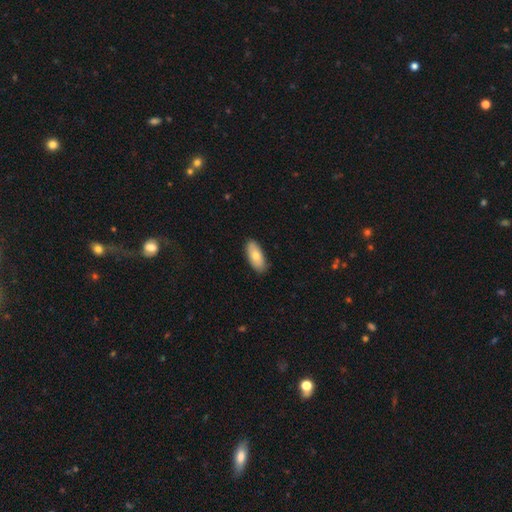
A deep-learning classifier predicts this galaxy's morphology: type=smooth (78%); roundness=in between (87%); merging=none (86%).